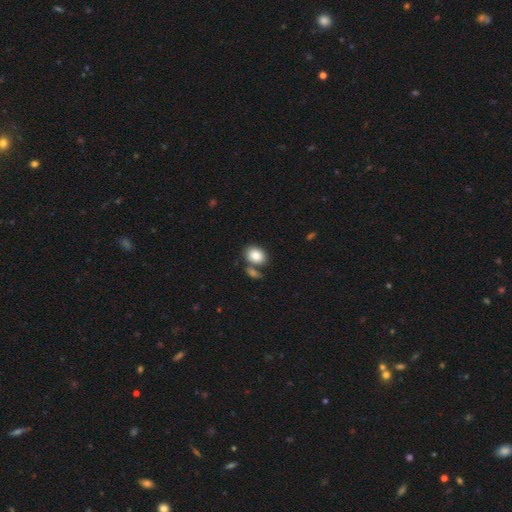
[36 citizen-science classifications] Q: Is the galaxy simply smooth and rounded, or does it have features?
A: smooth — 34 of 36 (94%).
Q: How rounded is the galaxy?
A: in between — 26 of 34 (76%).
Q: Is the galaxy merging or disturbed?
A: none — 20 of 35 (57%).